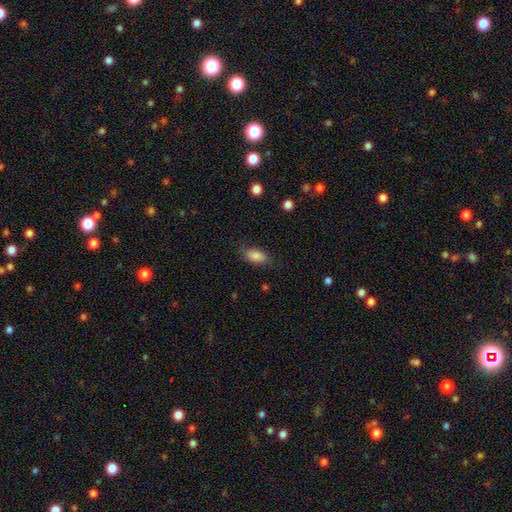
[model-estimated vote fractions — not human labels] Smooth or featured?
  - smooth: 85% *
  - featured or disk: 8%
  - star or artifact: 8%
How rounded?
  - in between: 89% *
  - cigar-shaped: 6%
  - round: 4%
Merging?
  - none: 77% *
  - minor disturbance: 17%
  - major disturbance: 5%
  - merger: 1%